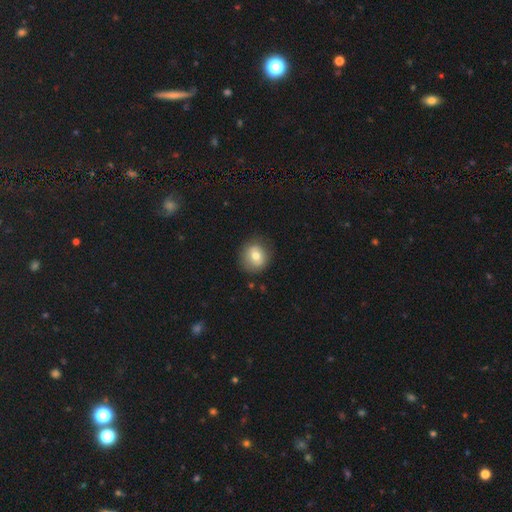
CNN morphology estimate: A smooth galaxy with no disk features (72%) that is round (85%).

Vote fractions:
- Smooth or featured? smooth: 72% / featured or disk: 19% / star or artifact: 9%
- How rounded? round: 85% / in between: 14% / cigar-shaped: 1%
- Merging? none: 82% / minor disturbance: 13% / major disturbance: 4% / merger: 1%